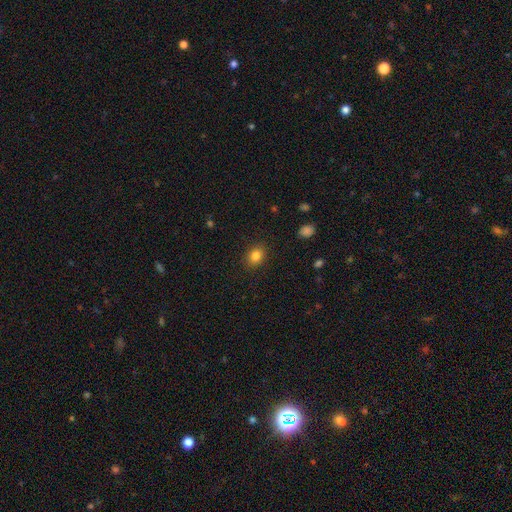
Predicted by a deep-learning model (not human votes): smooth_or_featured: smooth (p=0.83) [alt: star or artifact p=0.11]
how_rounded: in between (p=0.58) [alt: round p=0.41]
merging: none (p=0.87) [alt: minor disturbance p=0.09]